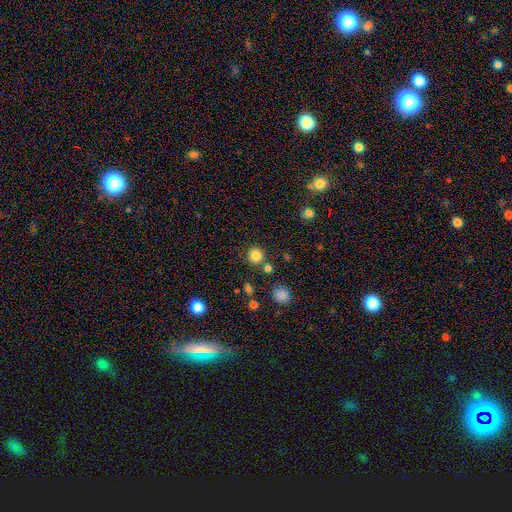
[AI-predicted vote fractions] smooth 82%, star or artifact 13%, featured or disk 5%. Down the decision tree: how rounded — round (90%); merging — none (80%).